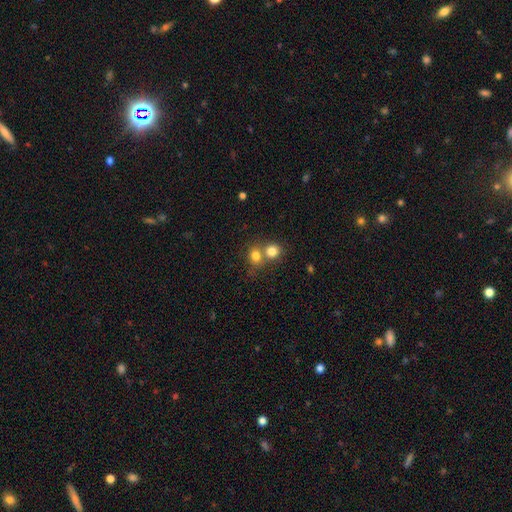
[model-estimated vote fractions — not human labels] smooth_or_featured: smooth (p=0.79) [alt: star or artifact p=0.12]
how_rounded: round (p=0.75) [alt: in between p=0.24]
merging: merger (p=0.49) [alt: none p=0.42]